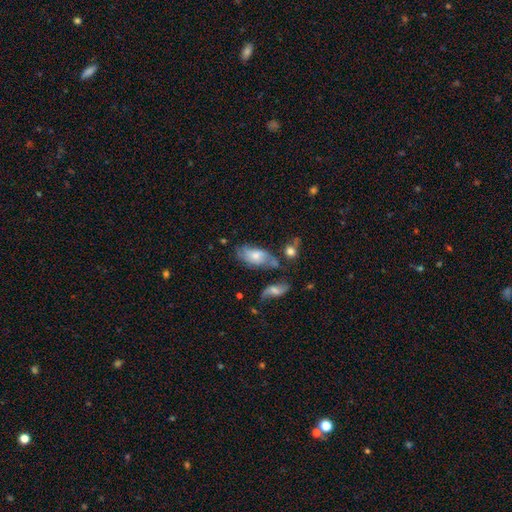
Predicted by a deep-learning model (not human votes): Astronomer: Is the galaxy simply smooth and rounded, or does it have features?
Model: smooth — 54% (runner-up: featured or disk, 38%).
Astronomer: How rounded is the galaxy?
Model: in between — 90%.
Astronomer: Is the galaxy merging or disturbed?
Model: none — 46% (runner-up: minor disturbance, 27%).